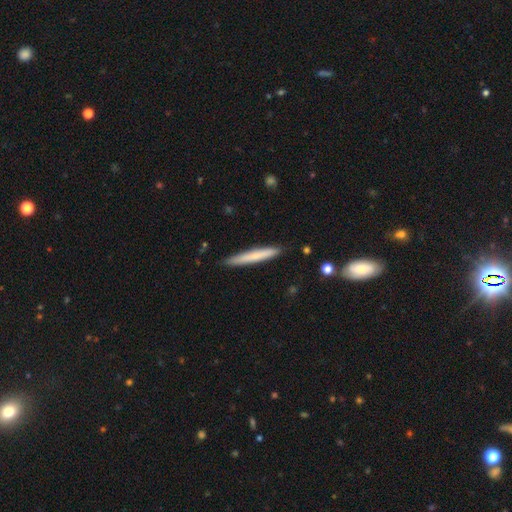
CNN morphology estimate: Smooth or featured: smooth — 67% (featured or disk — 27%)
How rounded: cigar-shaped — 96% (in between — 3%)
Merging: none — 88% (minor disturbance — 9%)